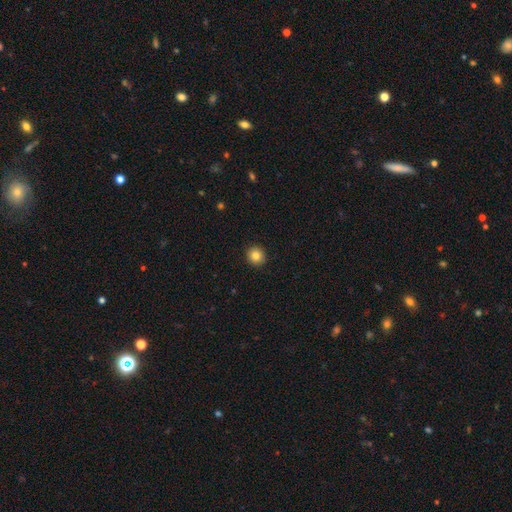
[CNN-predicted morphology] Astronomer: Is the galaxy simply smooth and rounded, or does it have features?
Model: smooth — 84%.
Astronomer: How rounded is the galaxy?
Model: round — 92%.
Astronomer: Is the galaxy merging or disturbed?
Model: none — 93%.